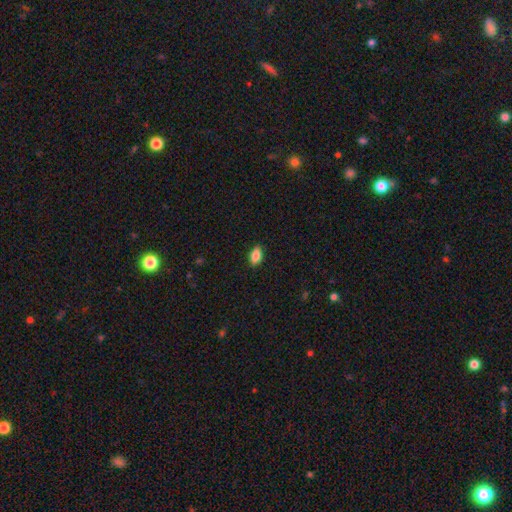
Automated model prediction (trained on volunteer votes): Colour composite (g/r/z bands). It shows a smooth galaxy with no disk features (85%) that is in between round and cigar-shaped (89%). Merging: none (88%).